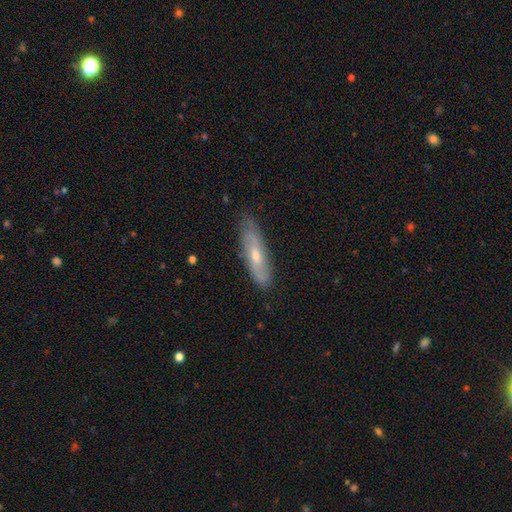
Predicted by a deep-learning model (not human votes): smooth-or-featured: featured or disk: 50% | smooth: 44% | star or artifact: 7%
  merging: none: 80% | minor disturbance: 16% | major disturbance: 3% | merger: 1%